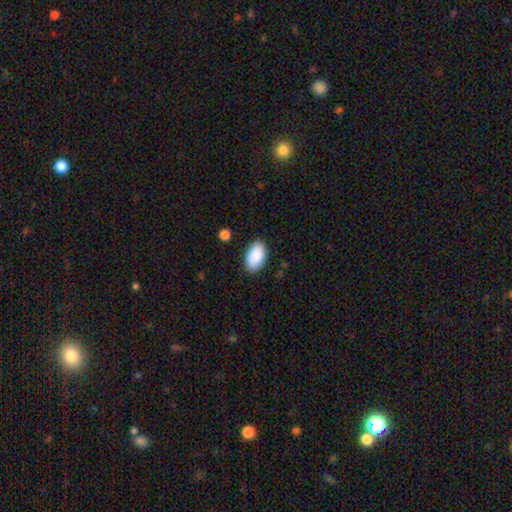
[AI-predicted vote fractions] smooth_or_featured: smooth (p=0.90) [alt: star or artifact p=0.06]
how_rounded: in between (p=0.95) [alt: round p=0.04]
merging: none (p=0.86) [alt: minor disturbance p=0.10]